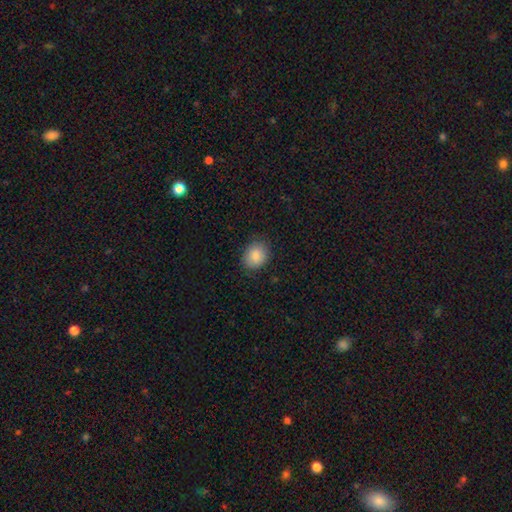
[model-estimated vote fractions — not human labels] This is clearly a smooth galaxy (85%). How rounded: possibly round (57%). Merging: clearly none (84%).